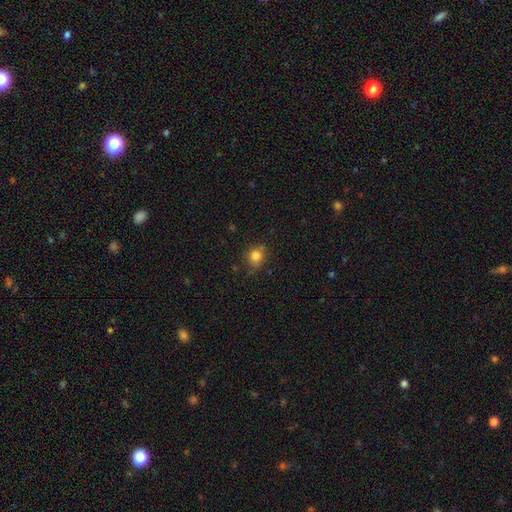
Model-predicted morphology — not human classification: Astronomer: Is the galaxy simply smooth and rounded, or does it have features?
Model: smooth — 82%.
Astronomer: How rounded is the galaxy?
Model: round — 66%.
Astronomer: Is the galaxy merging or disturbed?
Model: none — 71%.